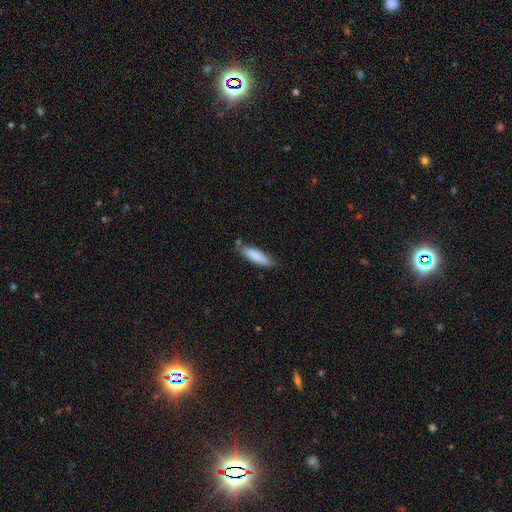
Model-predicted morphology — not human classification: smooth_or_featured: smooth (p=0.84) [alt: featured or disk p=0.10]
how_rounded: cigar-shaped (p=0.65) [alt: in between p=0.34]
merging: none (p=0.73) [alt: minor disturbance p=0.19]